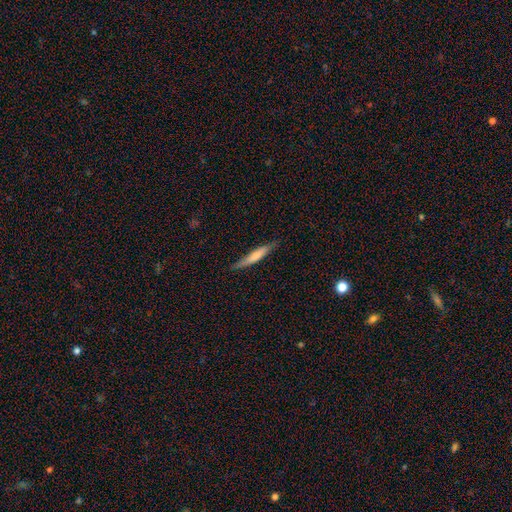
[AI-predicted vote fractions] Smooth or featured: smooth — 61% (featured or disk — 33%)
How rounded: cigar-shaped — 92% (in between — 7%)
Merging: none — 84% (minor disturbance — 13%)